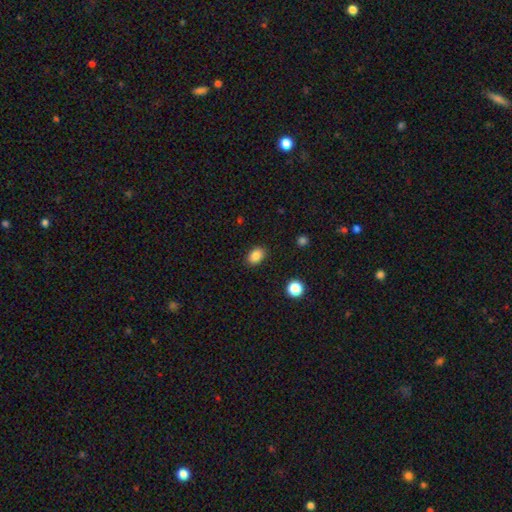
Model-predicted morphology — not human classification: Q: Smooth or featured?
A: smooth (86%); runner-up: star or artifact (10%)
Q: How rounded?
A: in between (76%); runner-up: round (23%)
Q: Merging?
A: none (88%); runner-up: minor disturbance (9%)